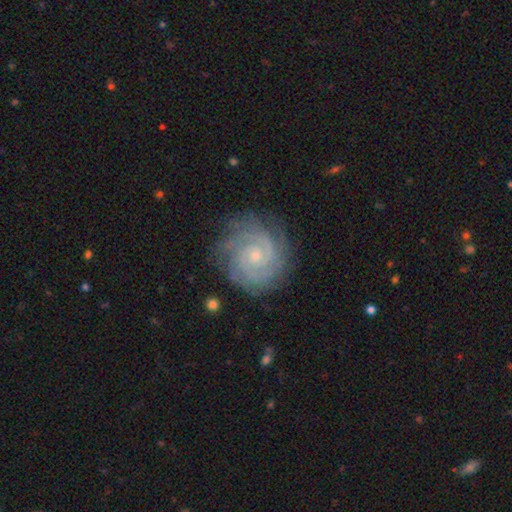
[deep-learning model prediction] smooth-or-featured: featured or disk: 88% | smooth: 6% | star or artifact: 6%
  disk-edge-on: no: 98% | yes: 2%
    bar: no: 73% | weak: 22% | strong: 5%
    has-spiral-arms: yes: 98% | no: 2%
      spiral-winding: tight: 80% | medium: 17% | loose: 3%
      spiral-arm-count: 2: 35% | 3: 24% | can't tell: 18% | 4: 11% | more than 4: 6% | 1: 6%
    bulge-size: small: 74% | moderate: 23% | none: 2% | large: 1% | dominant: 1%
  merging: none: 81% | minor disturbance: 14% | major disturbance: 4% | merger: 1%